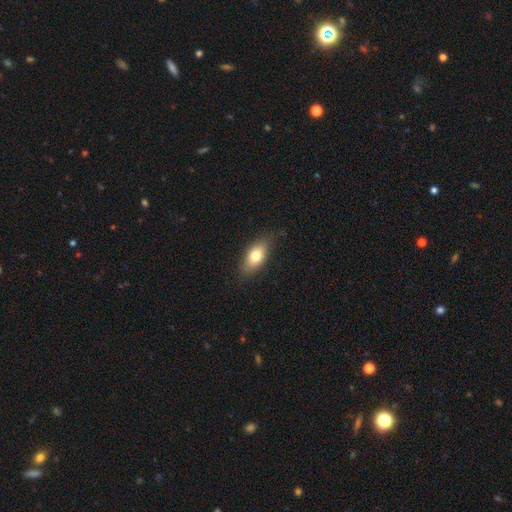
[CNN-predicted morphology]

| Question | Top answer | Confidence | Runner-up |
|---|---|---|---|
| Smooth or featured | smooth | 74% | featured or disk (18%) |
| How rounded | in between | 84% | cigar-shaped (11%) |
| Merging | none | 79% | minor disturbance (17%) |